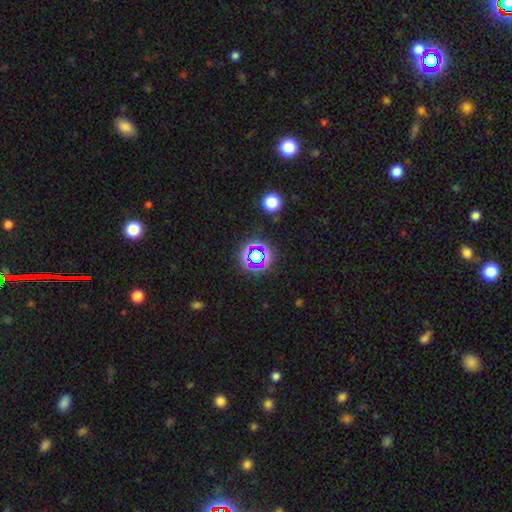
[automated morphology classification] The model was most divided on "smooth or featured": star or artifact: 64%, smooth: 23%, featured or disk: 12%.